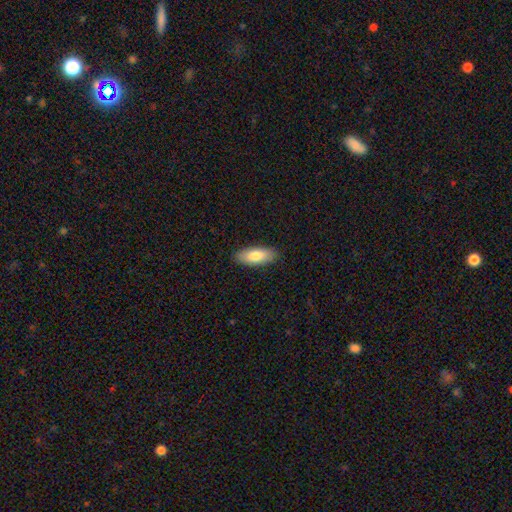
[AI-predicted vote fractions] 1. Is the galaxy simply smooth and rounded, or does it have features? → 81% smooth, 14% featured or disk, 6% star or artifact.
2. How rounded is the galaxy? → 77% in between, 21% cigar-shaped, 2% round.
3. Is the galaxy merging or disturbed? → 89% none, 9% minor disturbance, 2% major disturbance, 1% merger.